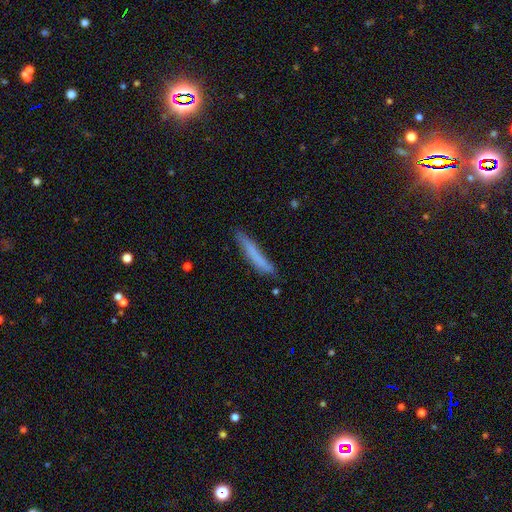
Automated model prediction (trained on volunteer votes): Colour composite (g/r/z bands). It shows a smooth galaxy with no disk features (70%) that is cigar-shaped (94%). Merging: none (73%).